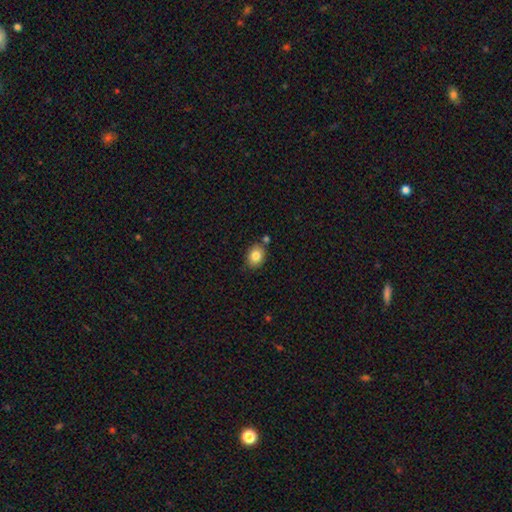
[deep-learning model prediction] The model was most divided on "how rounded": in between: 53%, round: 46%, cigar-shaped: 1%. More confident: smooth or featured — smooth (84%); merging — none (77%).